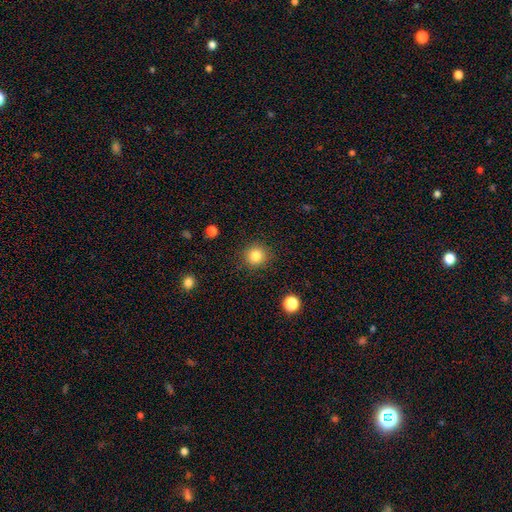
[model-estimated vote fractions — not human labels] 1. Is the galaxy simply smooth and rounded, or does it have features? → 84% smooth, 11% star or artifact, 5% featured or disk.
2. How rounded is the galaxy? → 92% round, 7% in between, 1% cigar-shaped.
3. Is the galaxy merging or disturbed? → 90% none, 7% minor disturbance, 2% major disturbance, 1% merger.